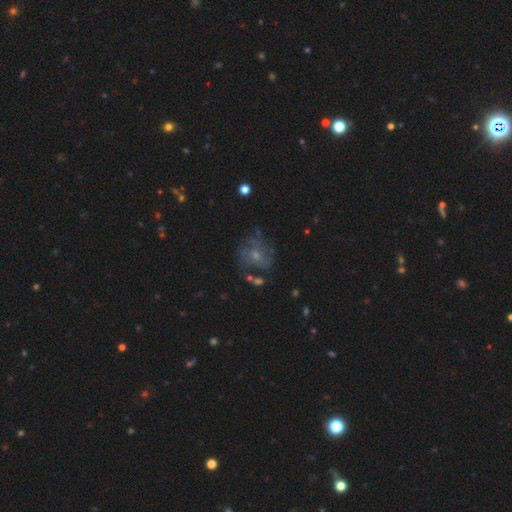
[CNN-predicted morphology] smooth_or_featured: featured or disk (p=0.51) [alt: smooth p=0.28]
disk_edge_on: no (p=0.96) [alt: yes p=0.04]
merging: none (p=0.64) [alt: minor disturbance p=0.19]